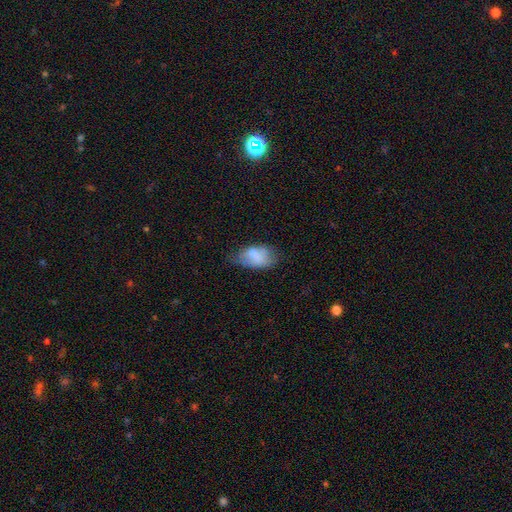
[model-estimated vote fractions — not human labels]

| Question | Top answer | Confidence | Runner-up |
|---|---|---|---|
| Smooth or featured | smooth | 71% | featured or disk (21%) |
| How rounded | in between | 91% | round (7%) |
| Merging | none | 45% | minor disturbance (34%) |